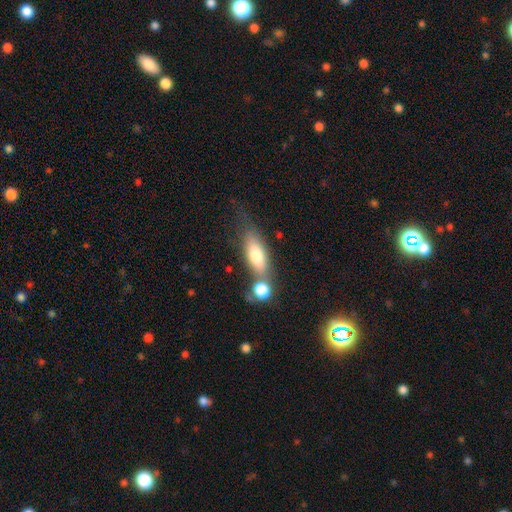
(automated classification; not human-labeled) smooth_or_featured: smooth (p=0.70) [alt: featured or disk p=0.23]
how_rounded: in between (p=0.69) [alt: cigar-shaped p=0.26]
merging: none (p=0.49) [alt: merger p=0.28]